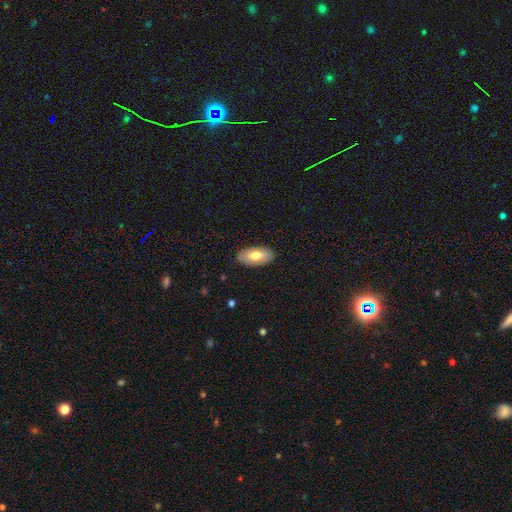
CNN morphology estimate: The model was most divided on "smooth or featured": smooth: 70%, featured or disk: 25%, star or artifact: 6%. More confident: how rounded — in between (94%); merging — none (89%).